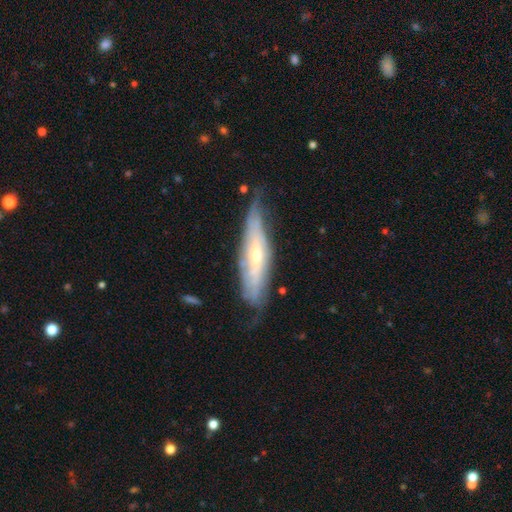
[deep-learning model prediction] Smooth or featured? featured or disk (69%)
Edge-on disk? no (53%)
Merging? none (60%)